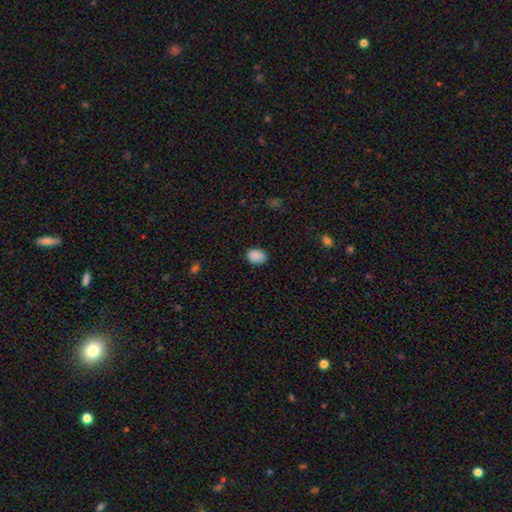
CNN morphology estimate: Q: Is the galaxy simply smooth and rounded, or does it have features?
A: smooth — 88%.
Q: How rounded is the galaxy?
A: in between — 72%.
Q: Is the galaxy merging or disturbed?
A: none — 82%.